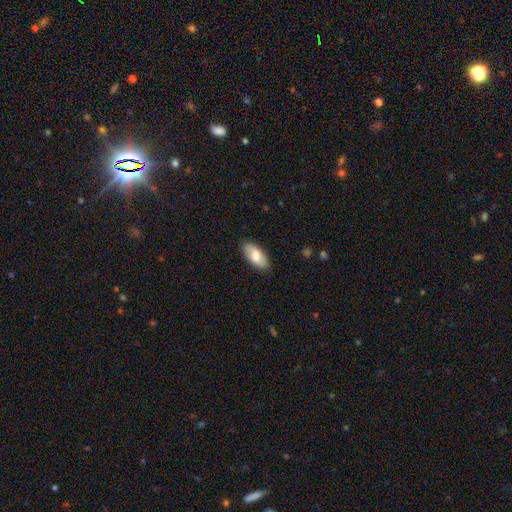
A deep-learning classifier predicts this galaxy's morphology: A smooth galaxy with no disk features (76%) that is in between round and cigar-shaped (91%).

Vote fractions:
- Smooth or featured? smooth: 76% / featured or disk: 18% / star or artifact: 6%
- How rounded? in between: 91% / cigar-shaped: 7% / round: 2%
- Merging? none: 88% / minor disturbance: 10% / major disturbance: 2% / merger: 1%